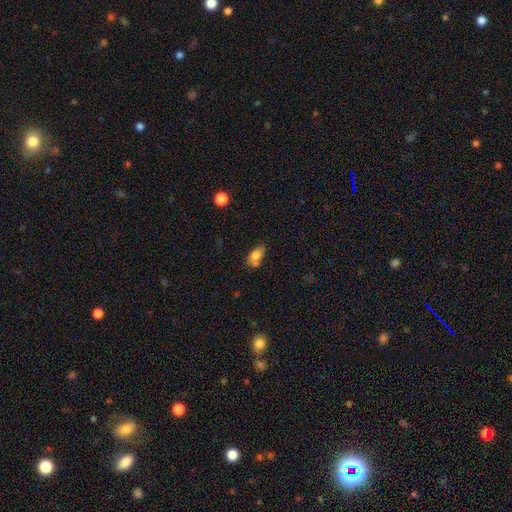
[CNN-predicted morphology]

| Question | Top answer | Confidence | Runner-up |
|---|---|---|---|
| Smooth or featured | smooth | 74% | featured or disk (17%) |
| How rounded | in between | 86% | round (10%) |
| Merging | none | 52% | merger (24%) |